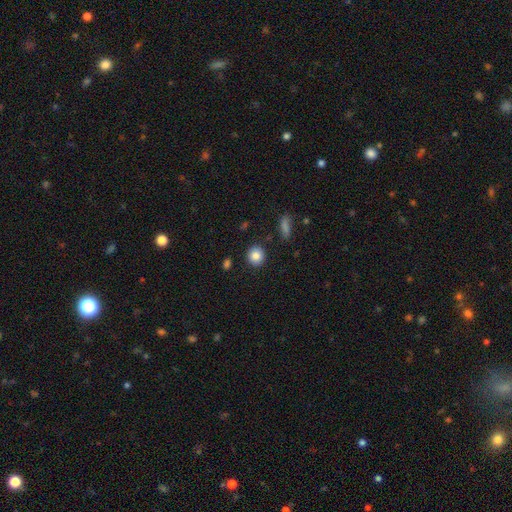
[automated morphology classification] type=smooth (84%); roundness=round (85%); merging=none (89%).